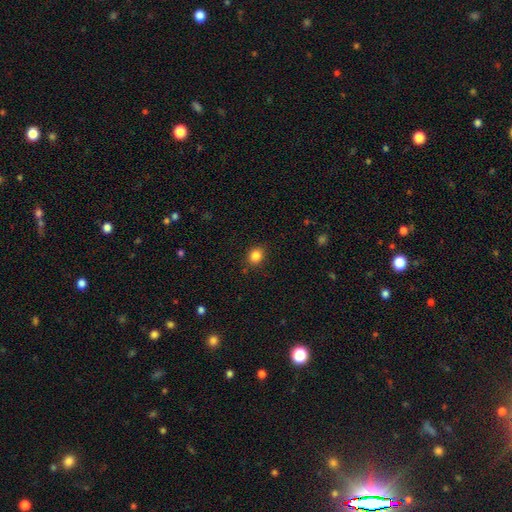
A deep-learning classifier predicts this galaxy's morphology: smooth 85%, star or artifact 11%, featured or disk 5%. Down the decision tree: how rounded — round (68%); merging — none (87%).